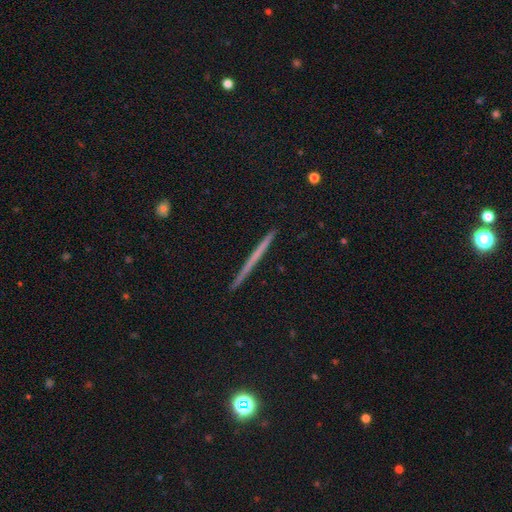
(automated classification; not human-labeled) Overall: featured or disk (53%; smooth 39%). Edge-on disk: yes (98%). Edge-on bulge: none (92%). Merging: none (93%).